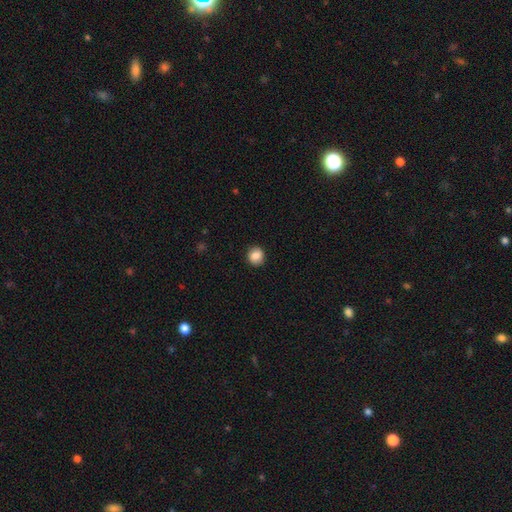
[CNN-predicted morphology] This is clearly a smooth galaxy (87%). How rounded: clearly round (87%). Merging: clearly none (90%).